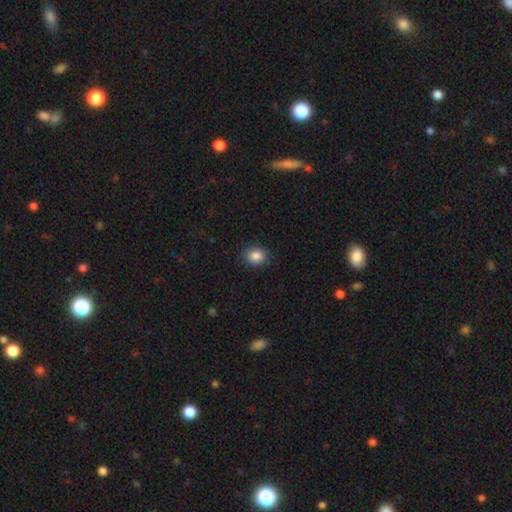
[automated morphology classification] Overall: smooth (85%). How rounded: round (62%; in between 37%). Merging: none (89%).